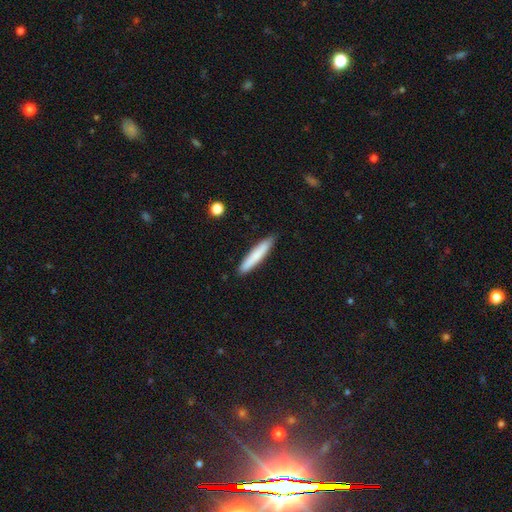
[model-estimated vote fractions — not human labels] The model was most divided on "smooth or featured": smooth: 77%, featured or disk: 17%, star or artifact: 6%. More confident: how rounded — cigar-shaped (92%); merging — none (88%).